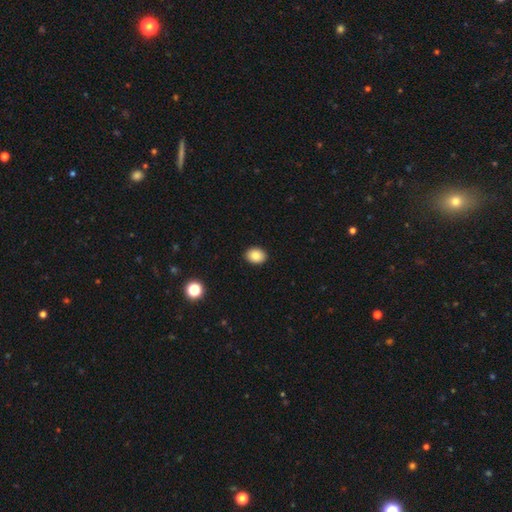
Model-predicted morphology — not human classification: Smooth or featured: smooth — 84% (star or artifact — 9%)
How rounded: in between — 60% (round — 39%)
Merging: none — 91% (minor disturbance — 6%)